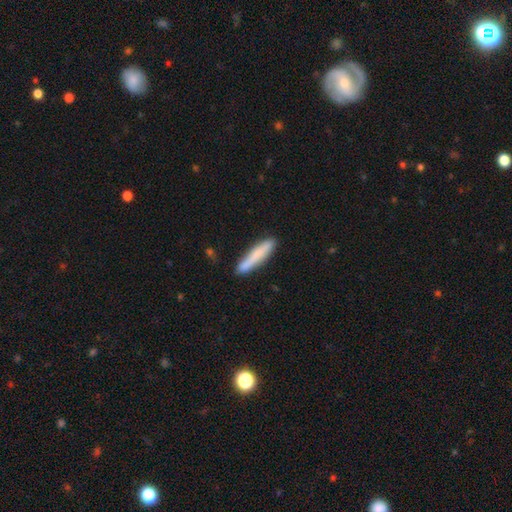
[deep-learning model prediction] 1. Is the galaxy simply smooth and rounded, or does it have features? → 77% smooth, 17% featured or disk, 6% star or artifact.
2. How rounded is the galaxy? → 91% cigar-shaped, 7% in between, 1% round.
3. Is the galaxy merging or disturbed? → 83% none, 12% minor disturbance, 3% merger, 2% major disturbance.